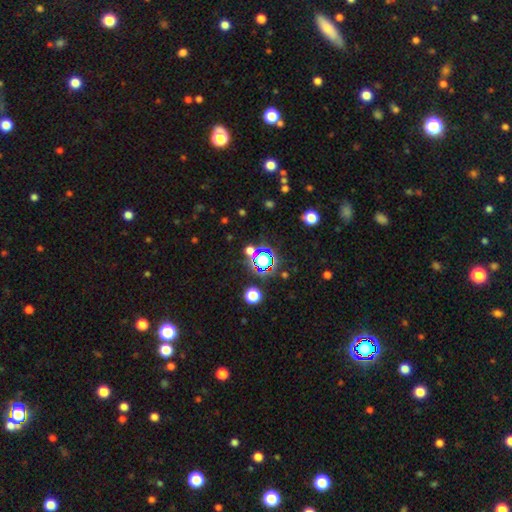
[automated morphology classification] Overall: star or artifact (69%).